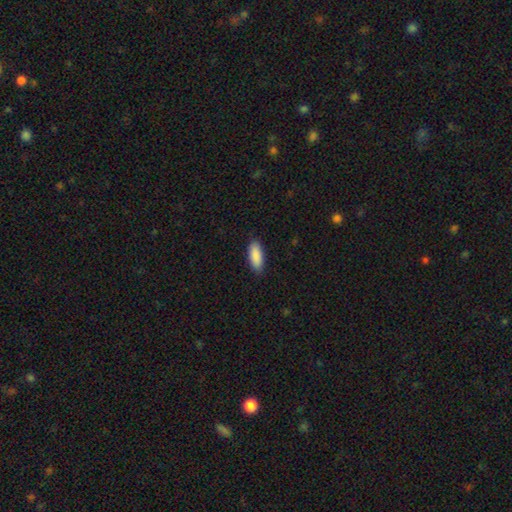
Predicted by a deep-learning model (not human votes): Smooth or featured: smooth — 90% (star or artifact — 6%)
How rounded: in between — 75% (cigar-shaped — 23%)
Merging: none — 88% (minor disturbance — 9%)